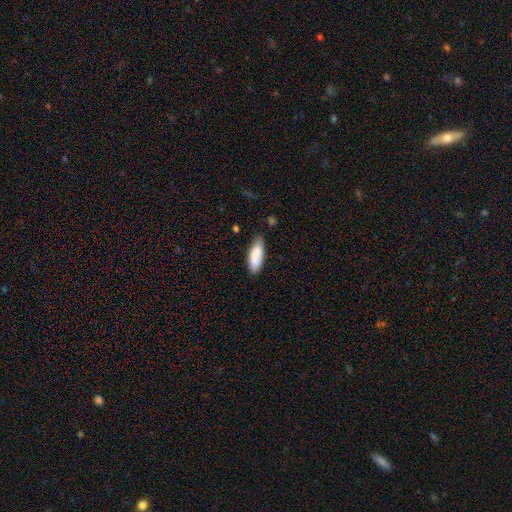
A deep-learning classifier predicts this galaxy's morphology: Smooth or featured? Predicted: smooth (p=0.87). How rounded? Predicted: in between (p=0.68). Merging? Predicted: none (p=0.76).